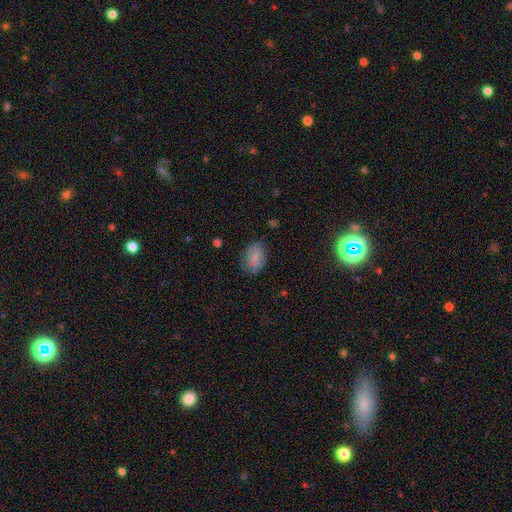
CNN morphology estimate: Overall: smooth (74%). How rounded: in between (82%). Merging: none (73%).